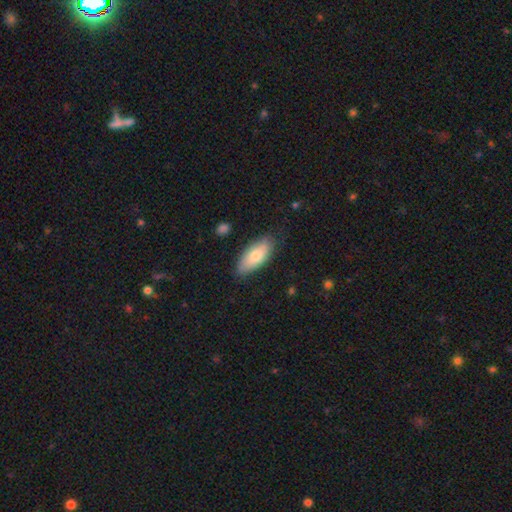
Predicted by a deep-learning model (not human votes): Smooth or featured: smooth — 77% (featured or disk — 18%)
How rounded: in between — 84% (cigar-shaped — 13%)
Merging: none — 80% (minor disturbance — 15%)